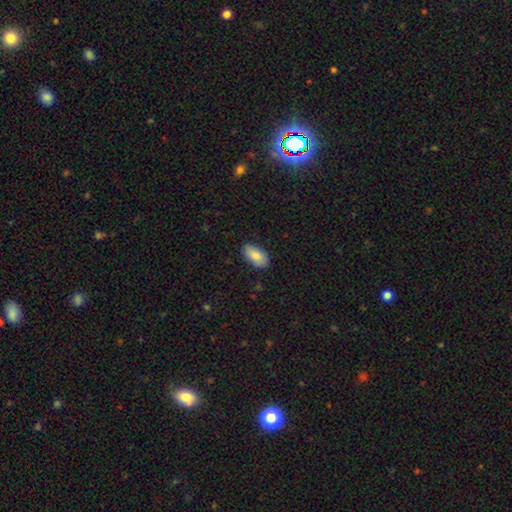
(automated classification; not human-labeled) This is clearly a smooth galaxy (87%). How rounded: clearly in between (94%). Merging: clearly none (87%).